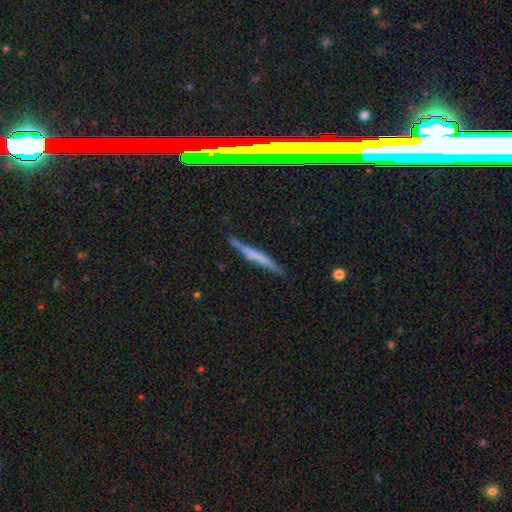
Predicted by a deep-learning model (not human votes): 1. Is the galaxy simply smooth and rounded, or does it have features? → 48% smooth, 43% featured or disk, 10% star or artifact.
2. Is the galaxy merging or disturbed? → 79% none, 15% minor disturbance, 3% major disturbance, 2% merger.